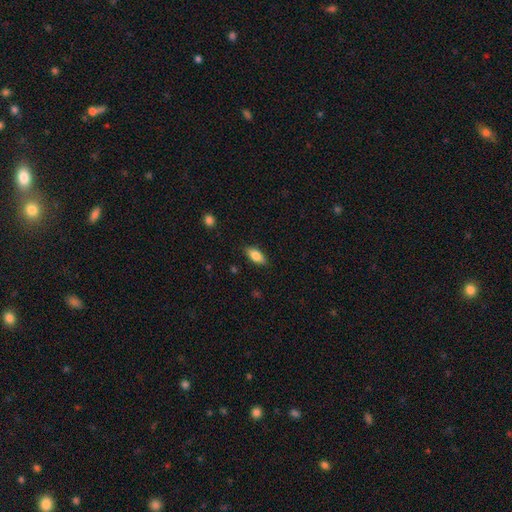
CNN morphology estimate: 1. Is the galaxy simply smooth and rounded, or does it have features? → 80% smooth, 13% featured or disk, 7% star or artifact.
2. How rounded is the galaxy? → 86% in between, 11% cigar-shaped, 3% round.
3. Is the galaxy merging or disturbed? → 86% none, 11% minor disturbance, 2% major disturbance, 1% merger.